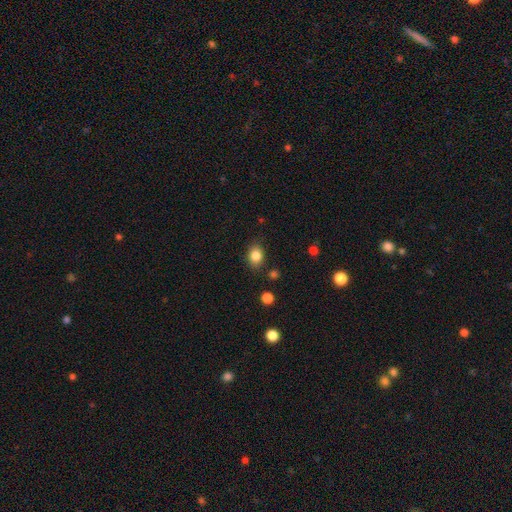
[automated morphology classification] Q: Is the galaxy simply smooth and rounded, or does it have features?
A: smooth — 84%.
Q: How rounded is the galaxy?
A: in between — 59%.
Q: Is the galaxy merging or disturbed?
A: none — 83%.